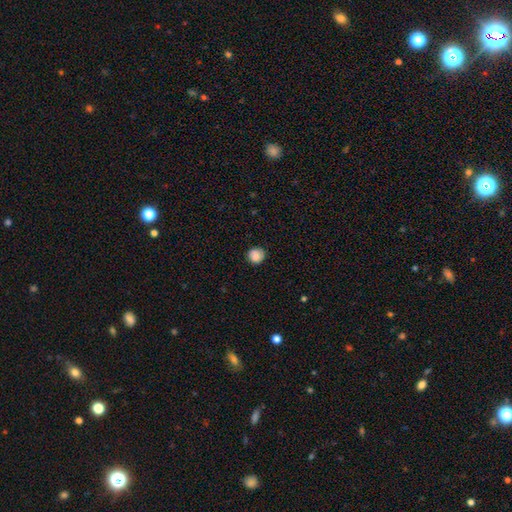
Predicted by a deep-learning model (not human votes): smooth-or-featured: smooth: 85% | star or artifact: 9% | featured or disk: 6%
  how-rounded: round: 89% | in between: 10% | cigar-shaped: 1%
  merging: none: 81% | minor disturbance: 15% | major disturbance: 3% | merger: 1%